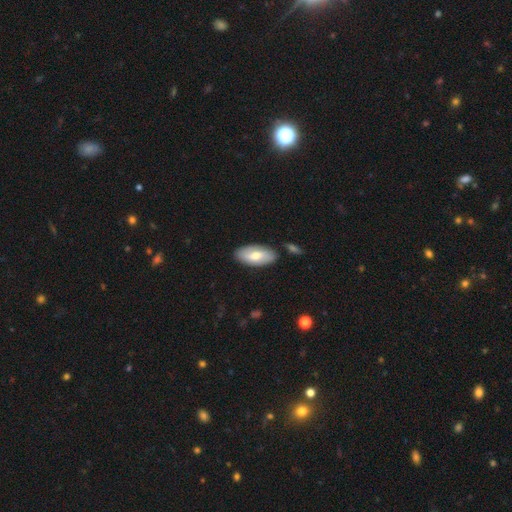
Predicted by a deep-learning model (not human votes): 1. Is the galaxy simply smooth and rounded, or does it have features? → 64% smooth, 31% featured or disk, 5% star or artifact.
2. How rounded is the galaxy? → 92% in between, 6% cigar-shaped, 2% round.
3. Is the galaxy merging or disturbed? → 84% none, 10% minor disturbance, 4% merger, 2% major disturbance.